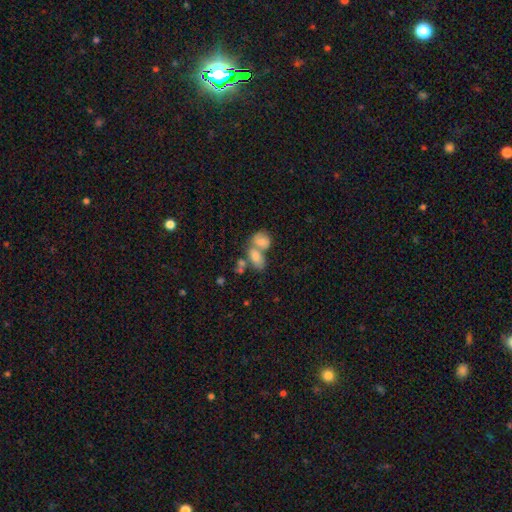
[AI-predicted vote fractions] Morphology: type=smooth (64%); roundness=in between (79%); merging=merger (61%).